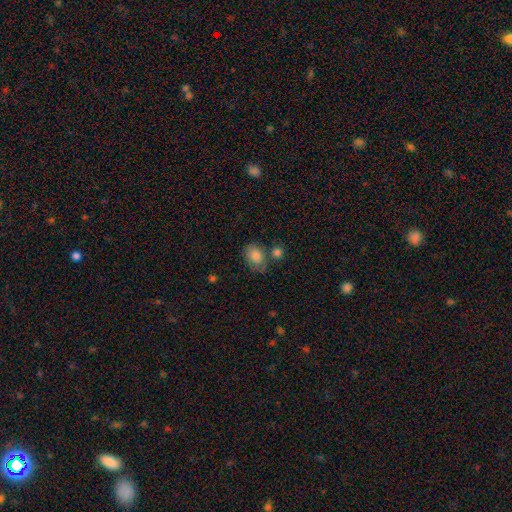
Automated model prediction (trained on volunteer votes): Smooth or featured?
  - smooth: 82% *
  - featured or disk: 10%
  - star or artifact: 8%
How rounded?
  - in between: 77% *
  - round: 21%
  - cigar-shaped: 1%
Merging?
  - none: 55% *
  - minor disturbance: 23%
  - merger: 15%
  - major disturbance: 8%